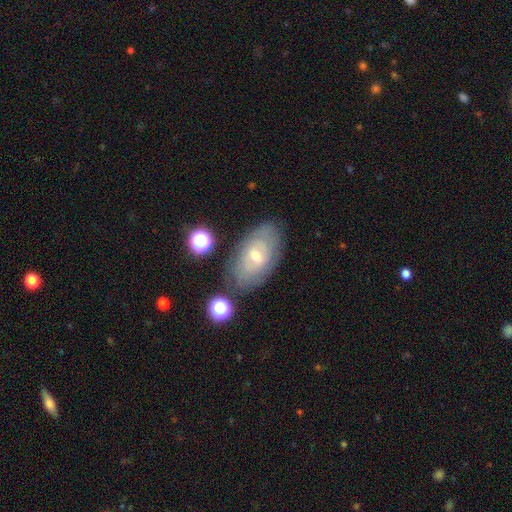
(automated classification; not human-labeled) This is possibly a featured or disk galaxy (60%). It is clearly not viewed edge-on (92%). Bar: possibly no (49%). Spiral arm pattern: likely yes (67%). Central bulge: possibly small (55%). Merging: likely none (75%).